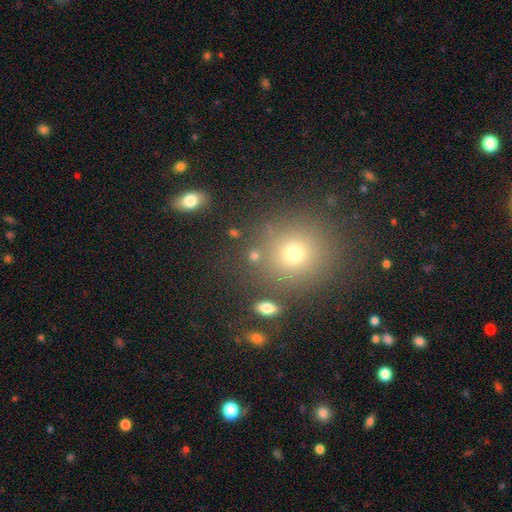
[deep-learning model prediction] This appears to be a smooth galaxy with no disk features (67%) that is round (79%). Merging: none (77%).